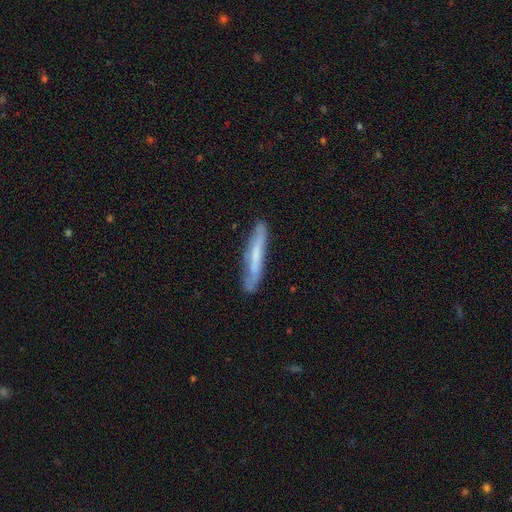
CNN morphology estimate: featured or disk 49%, smooth 44%, star or artifact 7%. Down the decision tree: merging — none (77%).